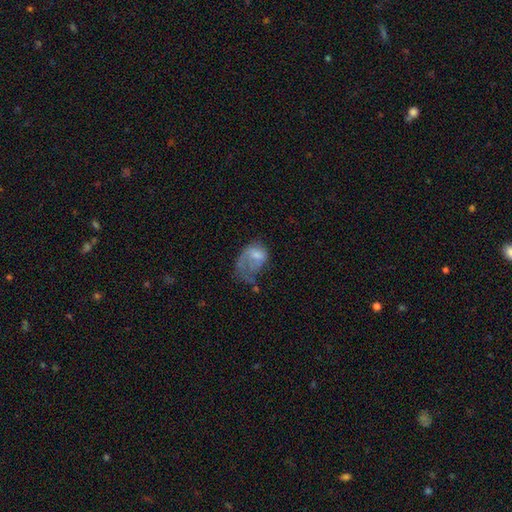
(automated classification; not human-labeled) Smooth or featured: smooth — 49% (featured or disk — 42%)
Merging: major disturbance — 61% (minor disturbance — 17%)